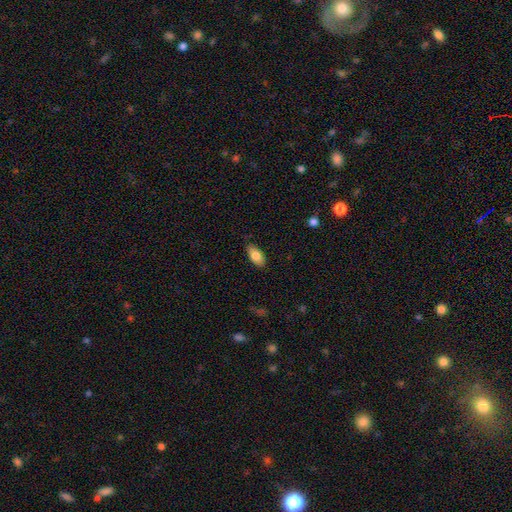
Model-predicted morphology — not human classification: smooth-or-featured: smooth: 83% | featured or disk: 10% | star or artifact: 7%
  how-rounded: in between: 91% | cigar-shaped: 6% | round: 3%
  merging: none: 81% | minor disturbance: 15% | major disturbance: 3% | merger: 1%